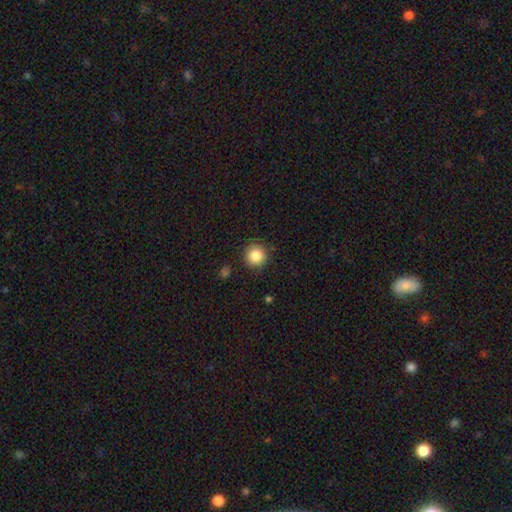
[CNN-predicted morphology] The model was most divided on "smooth or featured": smooth: 85%, star or artifact: 10%, featured or disk: 5%. More confident: how rounded — round (93%); merging — none (87%).